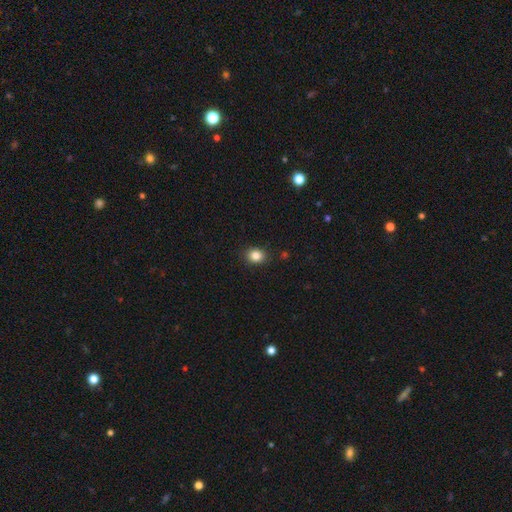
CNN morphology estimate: This is clearly a smooth galaxy (85%). How rounded: possibly round (53%). Merging: clearly none (88%).